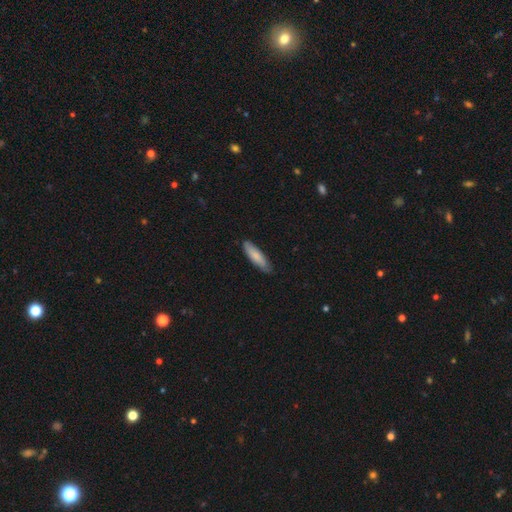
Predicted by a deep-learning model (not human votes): Smooth or featured? smooth (79%)
How rounded? cigar-shaped (63%)
Merging? none (80%)